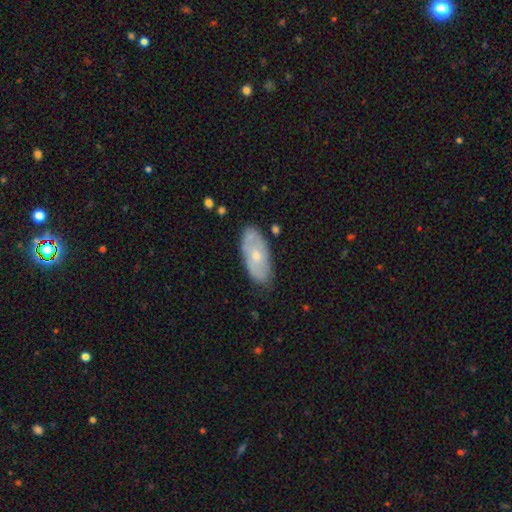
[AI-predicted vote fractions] A featured or disk galaxy (48%). Merging: none (77%).